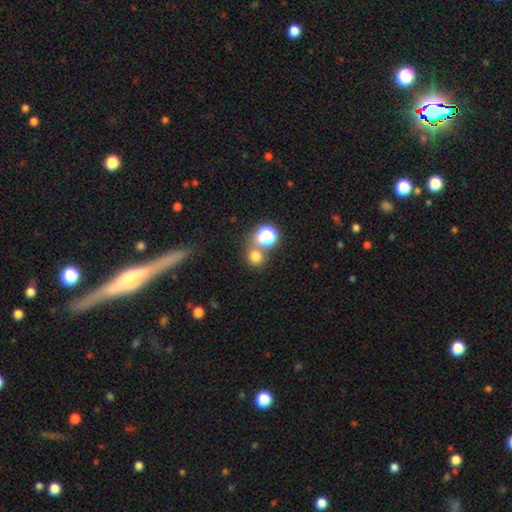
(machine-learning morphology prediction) smooth_or_featured: smooth (p=0.73) [alt: star or artifact p=0.20]
how_rounded: round (p=0.85) [alt: in between p=0.13]
merging: none (p=0.61) [alt: merger p=0.29]